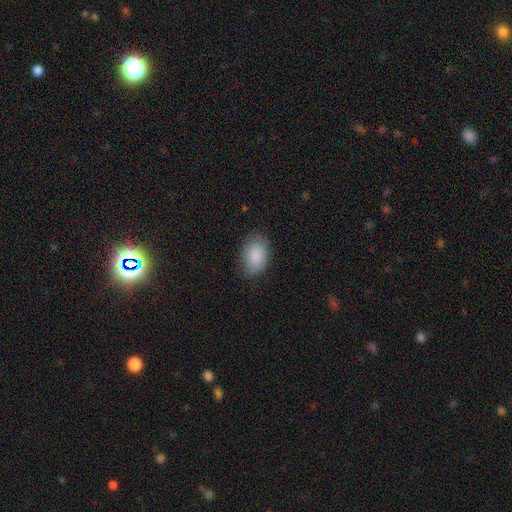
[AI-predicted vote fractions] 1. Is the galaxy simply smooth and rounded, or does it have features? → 88% smooth, 7% star or artifact, 5% featured or disk.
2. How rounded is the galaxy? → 89% in between, 9% round, 1% cigar-shaped.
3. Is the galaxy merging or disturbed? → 80% none, 15% minor disturbance, 3% major disturbance, 1% merger.